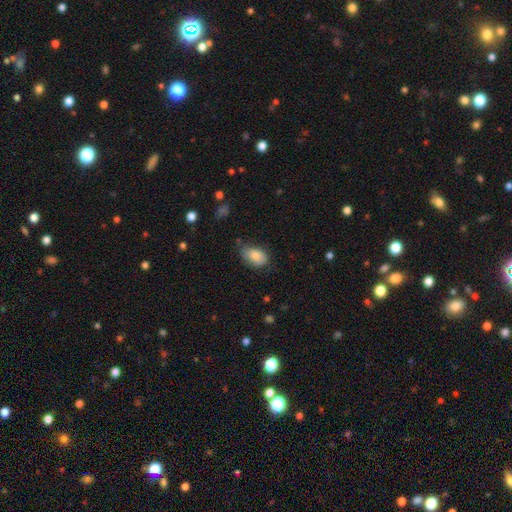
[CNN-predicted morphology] Smooth or featured: smooth — 83% (featured or disk — 10%)
How rounded: in between — 89% (round — 10%)
Merging: none — 59% (minor disturbance — 32%)